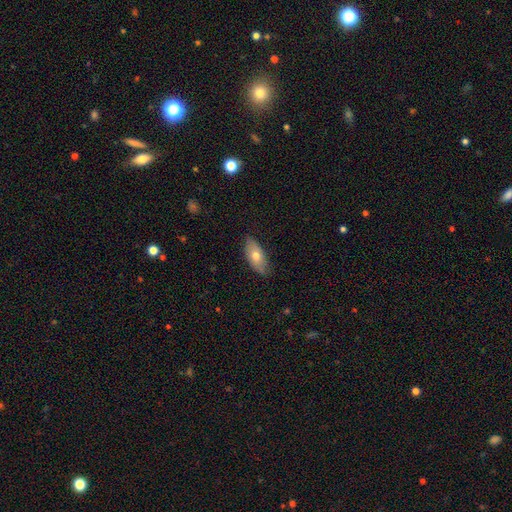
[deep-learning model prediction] Smooth or featured? smooth (68%)
How rounded? in between (88%)
Merging? none (81%)